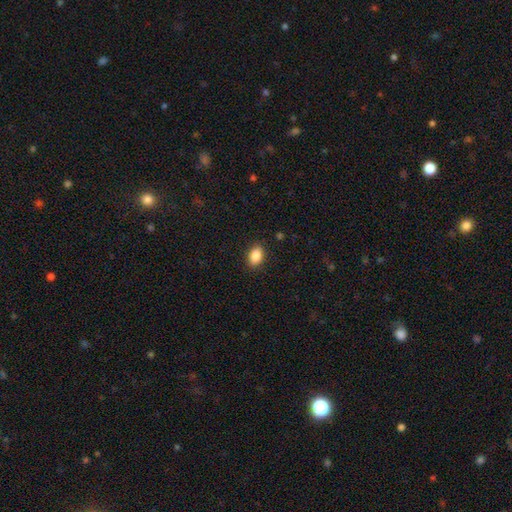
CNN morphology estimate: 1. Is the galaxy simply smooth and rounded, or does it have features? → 88% smooth, 8% star or artifact, 4% featured or disk.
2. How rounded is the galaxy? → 81% in between, 17% round, 1% cigar-shaped.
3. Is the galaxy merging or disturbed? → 88% none, 9% minor disturbance, 2% major disturbance, 1% merger.